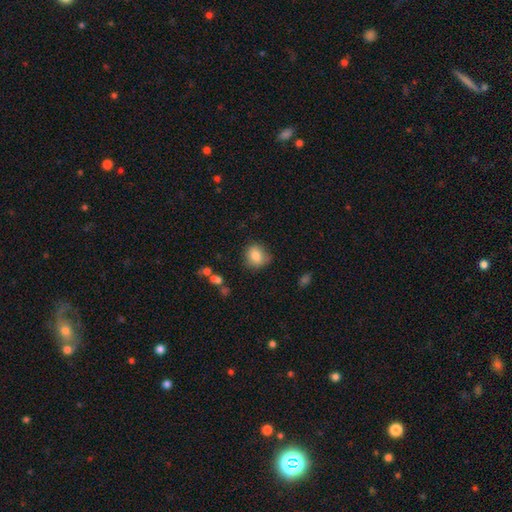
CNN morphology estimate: This is clearly a smooth galaxy (82%). How rounded: likely round (77%). Merging: likely none (74%).